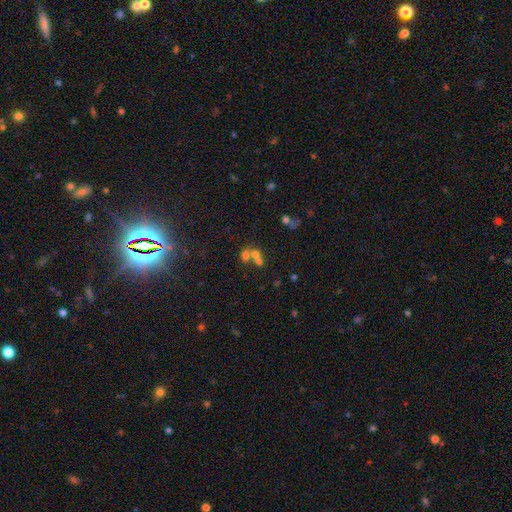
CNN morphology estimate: This is possibly a smooth galaxy (55%). How rounded: possibly in between (52%). Merging: possibly merger (59%).